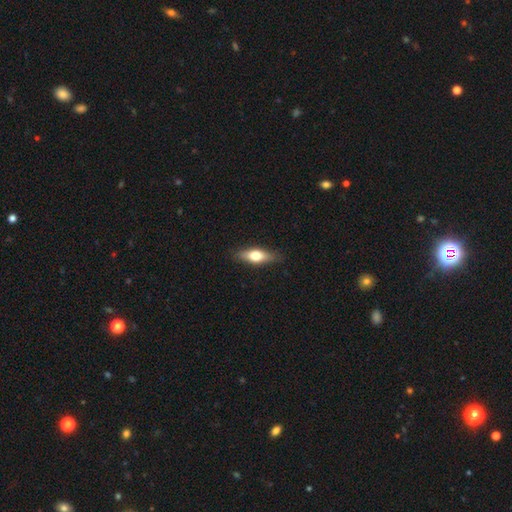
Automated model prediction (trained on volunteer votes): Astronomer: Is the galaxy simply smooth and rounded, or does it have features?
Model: smooth — 57% (runner-up: featured or disk, 36%).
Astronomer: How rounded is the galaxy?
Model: in between — 56% (runner-up: cigar-shaped, 40%).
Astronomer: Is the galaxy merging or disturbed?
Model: none — 85%.